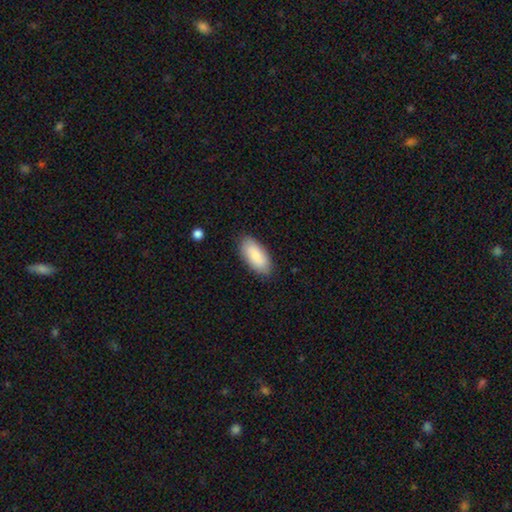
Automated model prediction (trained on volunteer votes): This is clearly a smooth galaxy (86%). How rounded: clearly in between (90%). Merging: clearly none (86%).